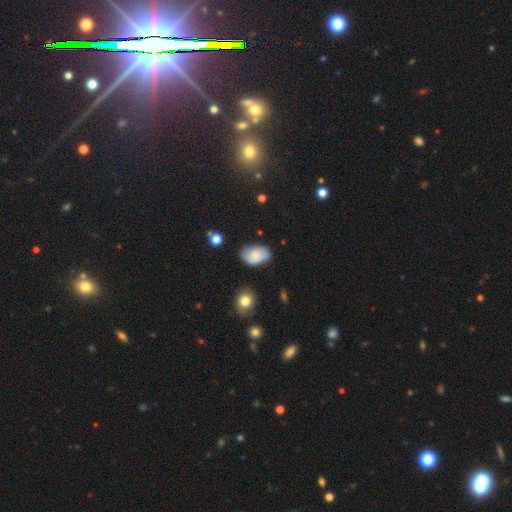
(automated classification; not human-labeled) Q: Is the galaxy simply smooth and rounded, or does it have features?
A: smooth — 76%.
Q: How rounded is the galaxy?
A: in between — 88%.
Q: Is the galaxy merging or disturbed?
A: none — 63%.